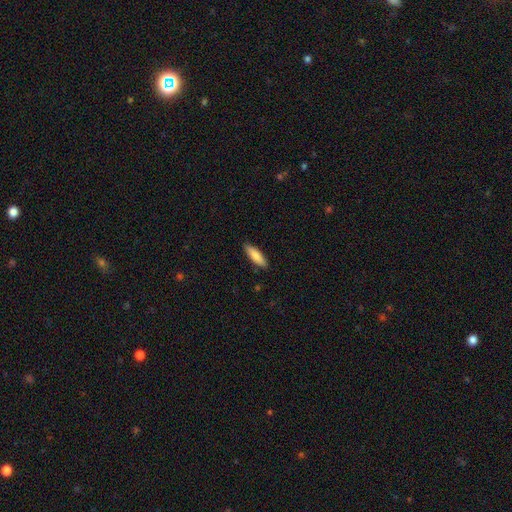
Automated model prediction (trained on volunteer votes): Smooth or featured? Predicted: smooth (p=0.82). How rounded? Predicted: cigar-shaped (p=0.57). Merging? Predicted: none (p=0.89).